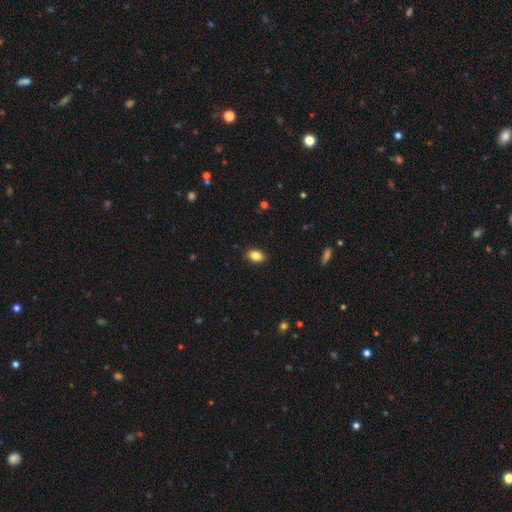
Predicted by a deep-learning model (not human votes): Morphology: type=smooth (86%); roundness=in between (87%); merging=none (88%).